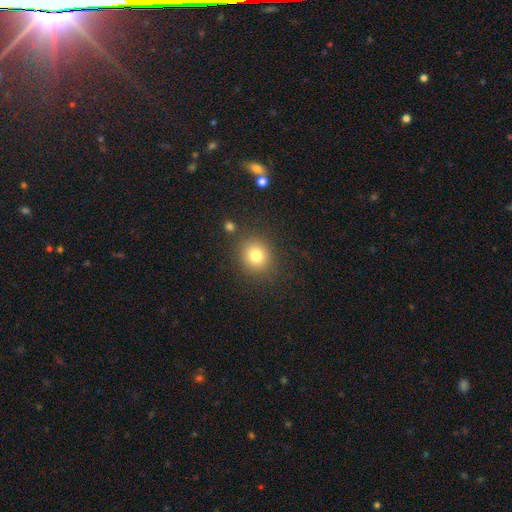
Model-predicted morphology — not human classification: smooth 79%, star or artifact 12%, featured or disk 9%. Down the decision tree: how rounded — round (86%); merging — none (85%).